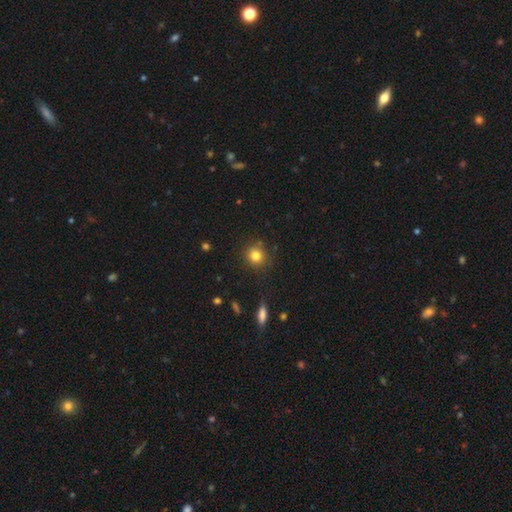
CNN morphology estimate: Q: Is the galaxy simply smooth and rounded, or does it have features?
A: smooth — 81%.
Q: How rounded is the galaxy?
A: round — 88%.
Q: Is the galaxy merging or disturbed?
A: none — 84%.